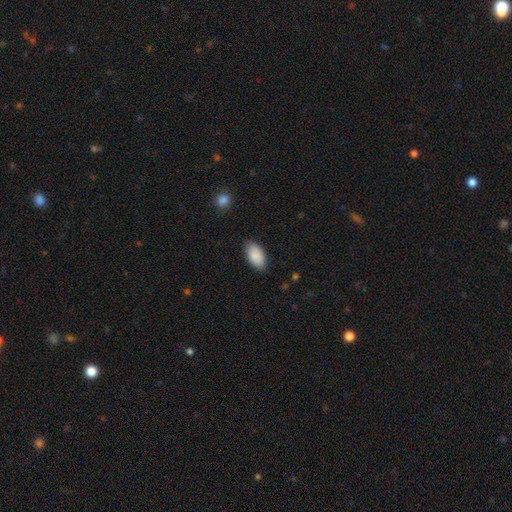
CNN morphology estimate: Smooth or featured? Predicted: smooth (p=0.90). How rounded? Predicted: in between (p=0.95). Merging? Predicted: none (p=0.83).